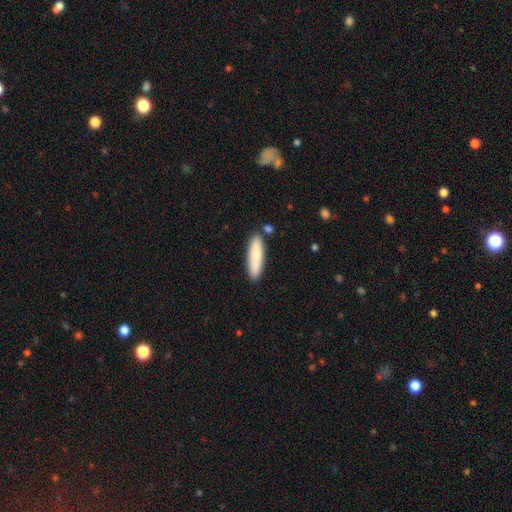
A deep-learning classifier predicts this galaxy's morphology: A smooth galaxy with no disk features (81%) that is cigar-shaped (76%).

Vote fractions:
- Smooth or featured? smooth: 81% / featured or disk: 14% / star or artifact: 6%
- How rounded? cigar-shaped: 76% / in between: 22% / round: 1%
- Merging? none: 85% / minor disturbance: 9% / merger: 4% / major disturbance: 2%